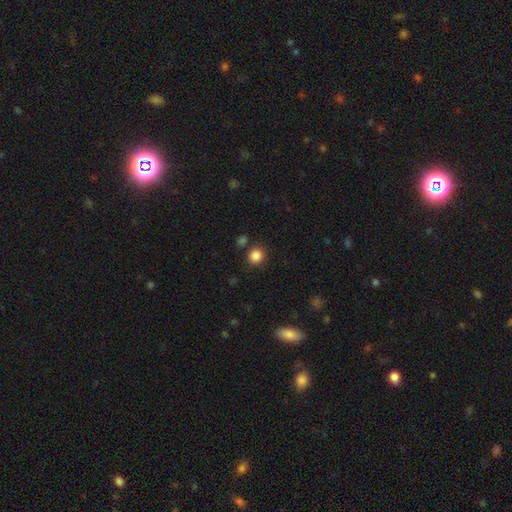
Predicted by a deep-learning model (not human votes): A smooth galaxy with no disk features (85%) that is round (90%). Merging: none (83%).